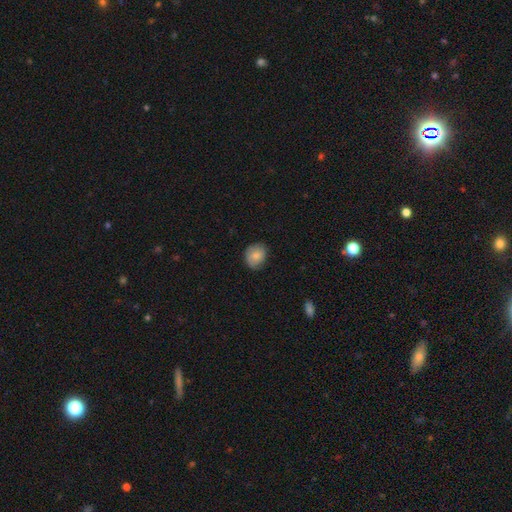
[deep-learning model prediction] The model was most divided on "how rounded": round: 60%, in between: 39%, cigar-shaped: 1%. More confident: smooth or featured — smooth (79%); merging — none (76%).